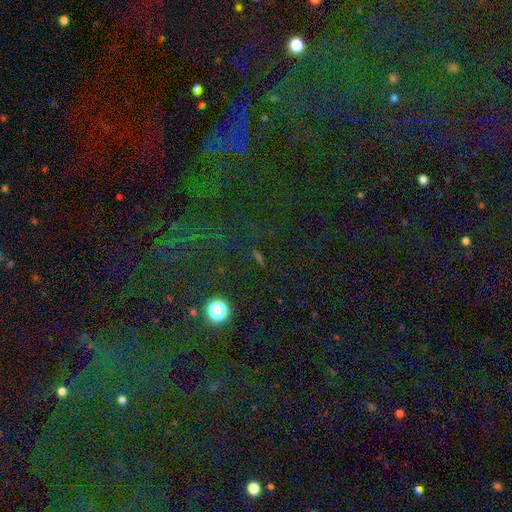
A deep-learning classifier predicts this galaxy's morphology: A star or artifact, not a galaxy (70%).